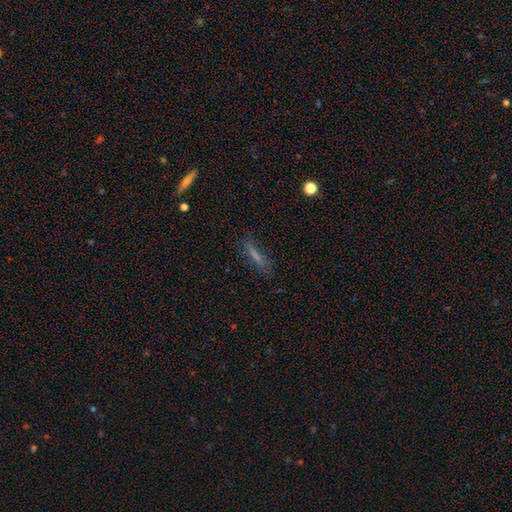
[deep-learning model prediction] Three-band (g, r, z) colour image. It shows a smooth galaxy with no disk features (57%) that is cigar-shaped (83%). Merging: none (71%).